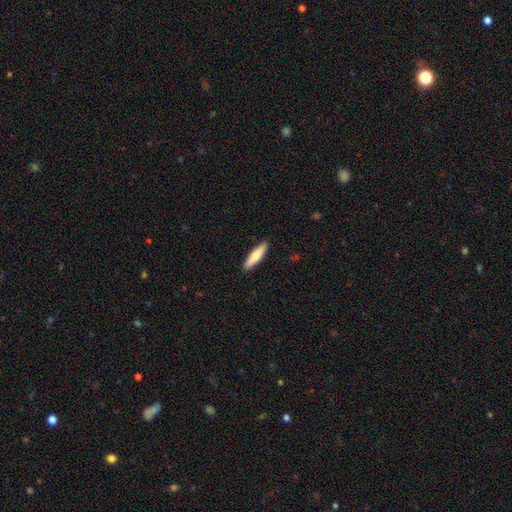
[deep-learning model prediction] Smooth or featured: smooth — 69% (featured or disk — 26%)
How rounded: cigar-shaped — 77% (in between — 21%)
Merging: none — 91% (minor disturbance — 7%)